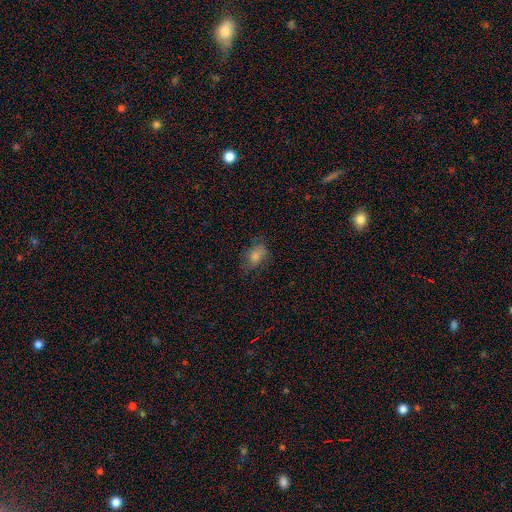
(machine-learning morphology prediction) type=smooth (65%); roundness=in between (73%); merging=none (69%).